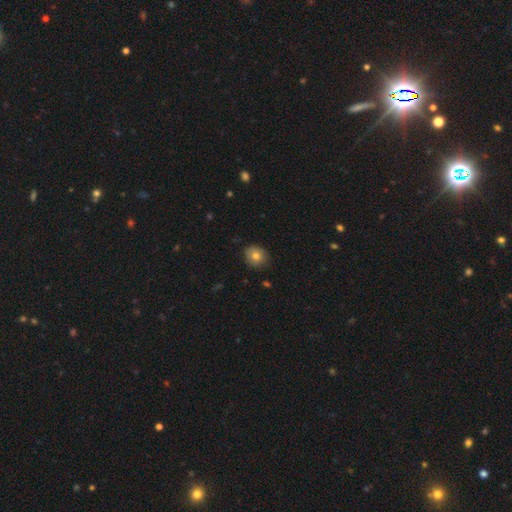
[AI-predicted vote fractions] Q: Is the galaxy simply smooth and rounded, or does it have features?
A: smooth — 78%.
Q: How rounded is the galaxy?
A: round — 72%.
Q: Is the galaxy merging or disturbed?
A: none — 82%.